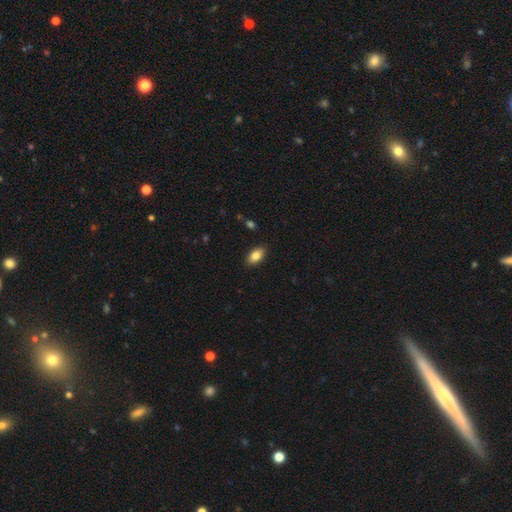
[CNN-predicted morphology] type=smooth (84%); roundness=in between (91%); merging=none (87%).